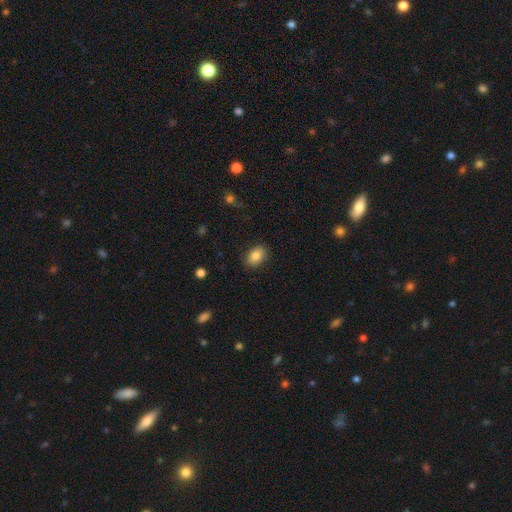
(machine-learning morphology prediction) smooth_or_featured: smooth (p=0.83) [alt: featured or disk p=0.08]
how_rounded: in between (p=0.76) [alt: round p=0.23]
merging: none (p=0.86) [alt: minor disturbance p=0.10]